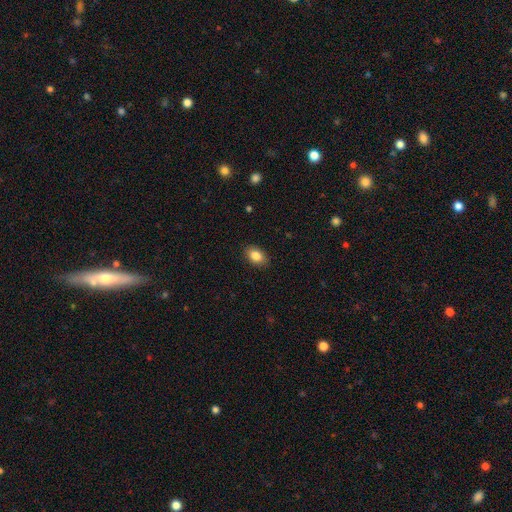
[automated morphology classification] This appears to be a smooth galaxy with no disk features (86%) that is in between round and cigar-shaped (84%). Merging: none (87%).